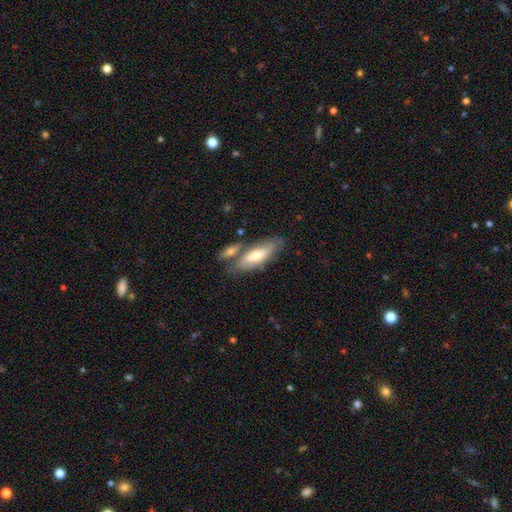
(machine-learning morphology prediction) A smooth galaxy with no disk features (57%) that is in between round and cigar-shaped (62%).

Vote fractions:
- Smooth or featured? smooth: 57% / featured or disk: 37% / star or artifact: 6%
- How rounded? in between: 62% / cigar-shaped: 36% / round: 2%
- Merging? none: 54% / merger: 25% / minor disturbance: 16% / major disturbance: 5%